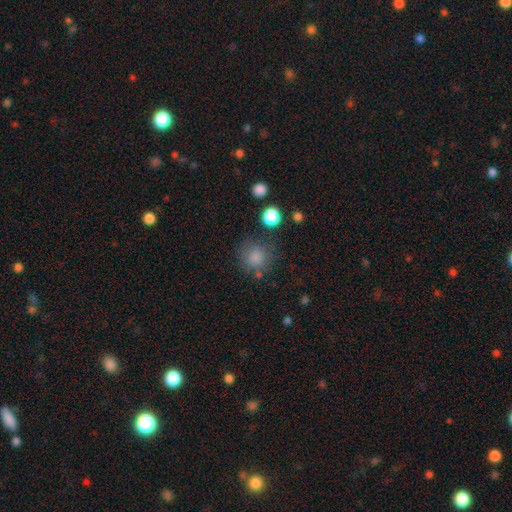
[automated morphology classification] Smooth or featured: smooth — 78% (star or artifact — 15%)
How rounded: round — 91% (in between — 8%)
Merging: none — 78% (minor disturbance — 13%)